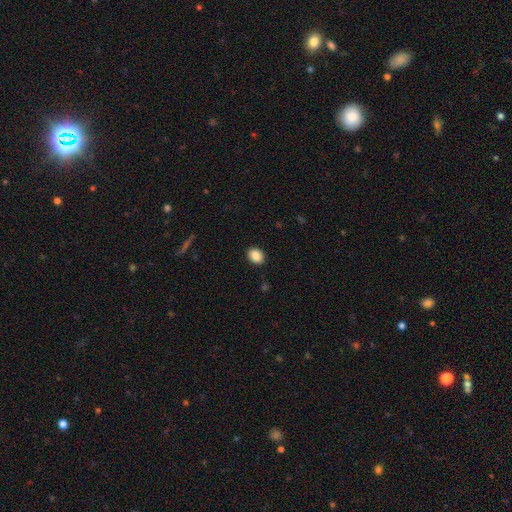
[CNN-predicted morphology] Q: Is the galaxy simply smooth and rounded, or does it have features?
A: smooth — 88%.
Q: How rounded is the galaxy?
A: in between — 69%.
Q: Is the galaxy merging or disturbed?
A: none — 89%.